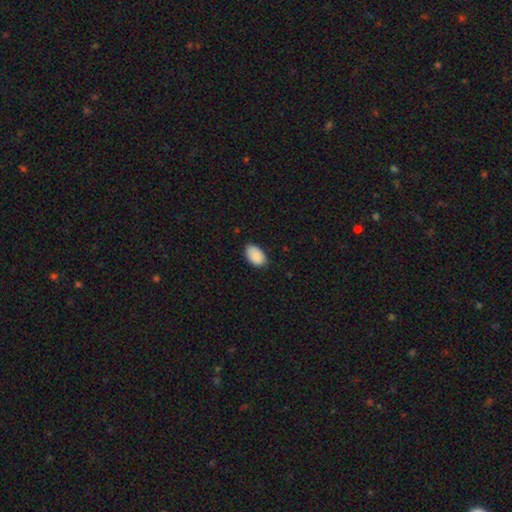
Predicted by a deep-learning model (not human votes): Smooth or featured?
  - smooth: 89% *
  - star or artifact: 7%
  - featured or disk: 4%
How rounded?
  - in between: 92% *
  - round: 7%
  - cigar-shaped: 1%
Merging?
  - none: 77% *
  - minor disturbance: 19%
  - major disturbance: 2%
  - merger: 1%